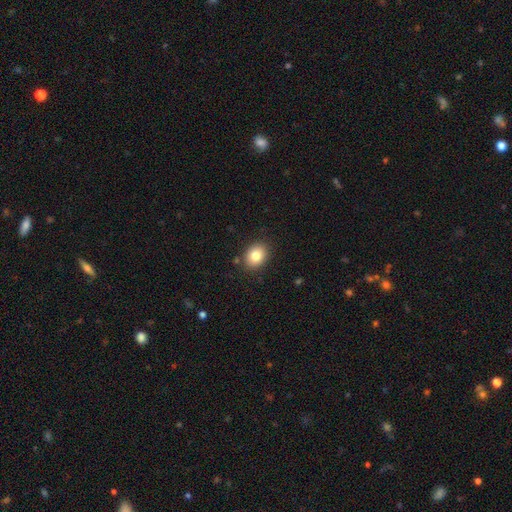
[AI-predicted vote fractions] smooth-or-featured: smooth: 83% | star or artifact: 9% | featured or disk: 8%
  how-rounded: in between: 56% | round: 43% | cigar-shaped: 1%
  merging: none: 87% | minor disturbance: 9% | major disturbance: 2% | merger: 2%